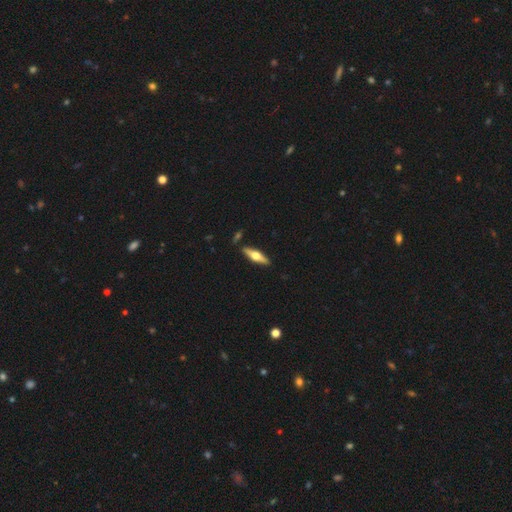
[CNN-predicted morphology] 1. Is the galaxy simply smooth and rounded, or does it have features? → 64% featured or disk, 31% smooth, 5% star or artifact.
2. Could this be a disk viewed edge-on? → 95% yes, 5% no.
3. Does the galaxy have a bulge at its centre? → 95% rounded, 3% boxy, 2% none.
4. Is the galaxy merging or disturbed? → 87% none, 8% minor disturbance, 3% merger, 2% major disturbance.